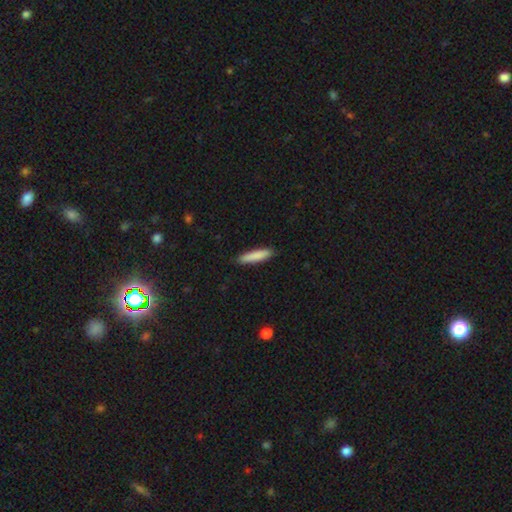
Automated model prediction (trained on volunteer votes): This is clearly a smooth galaxy (86%). How rounded: clearly cigar-shaped (84%). Merging: clearly none (89%).